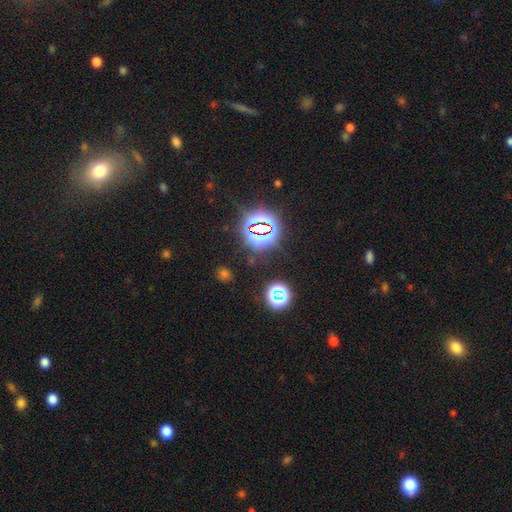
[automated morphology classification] type=star or artifact (78%).